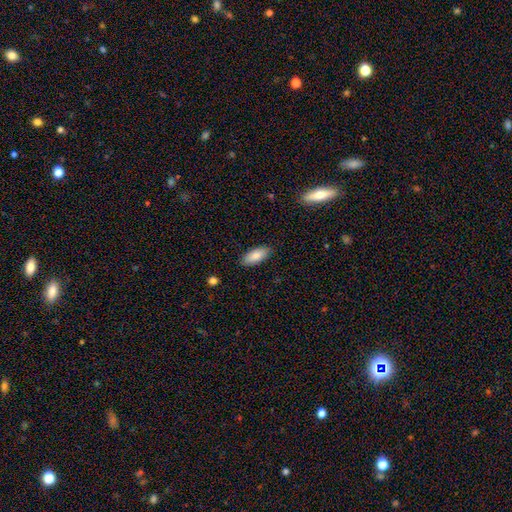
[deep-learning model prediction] Morphology: type=smooth (86%); roundness=in between (87%); merging=none (87%).